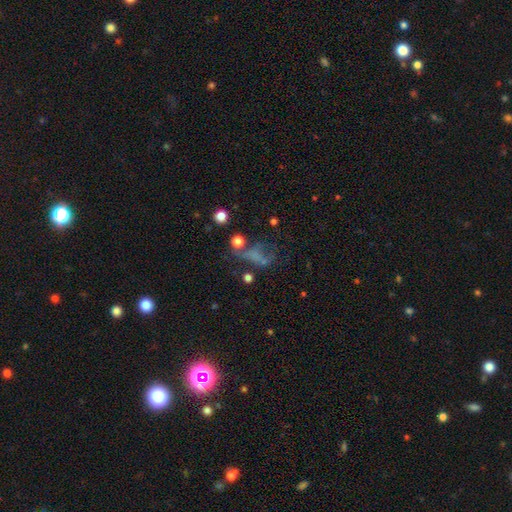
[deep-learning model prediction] This appears to be a smooth galaxy with no disk features (37%). Merging: major disturbance (37%).